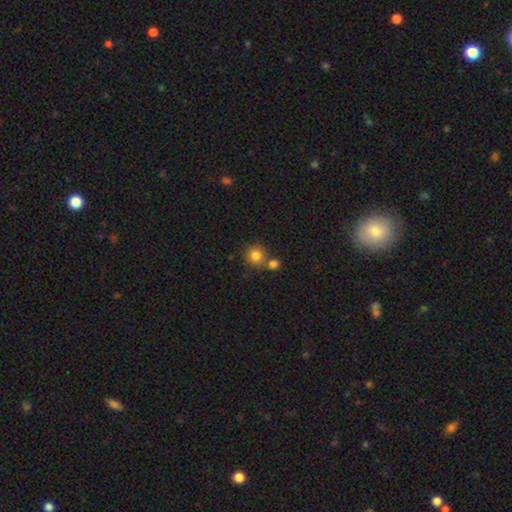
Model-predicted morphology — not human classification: A smooth galaxy with no disk features (82%) that is round (90%). Merging: none (59%).